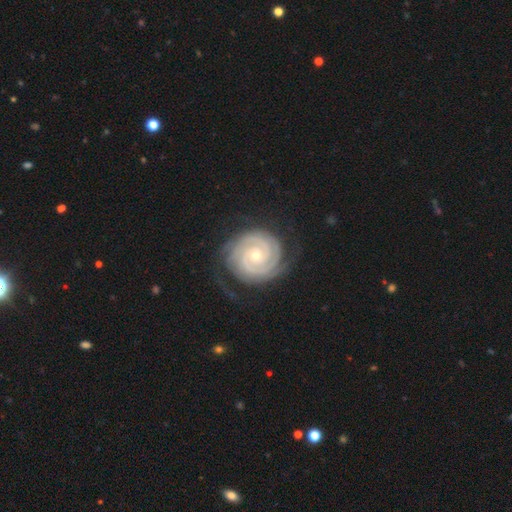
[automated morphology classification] featured or disk 92%, star or artifact 4%, smooth 4%. Down the decision tree: edge-on disk — no (98%); bar — no (73%); spiral arms — yes (99%); spiral arm count — 2 (53%); spiral winding — tight (88%); bulge size — small (66%); merging — none (78%).